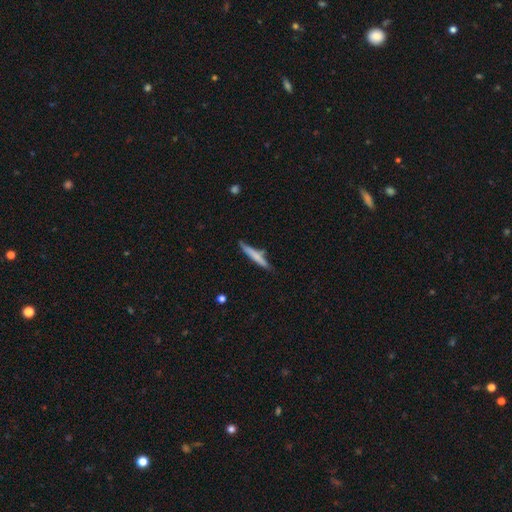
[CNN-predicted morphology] Smooth or featured? Predicted: smooth (p=0.63). How rounded? Predicted: cigar-shaped (p=0.93). Merging? Predicted: none (p=0.72).